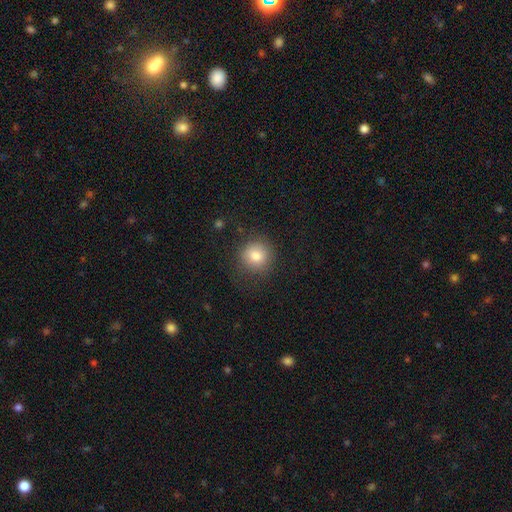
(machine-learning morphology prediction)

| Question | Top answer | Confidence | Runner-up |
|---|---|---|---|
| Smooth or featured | smooth | 81% | star or artifact (11%) |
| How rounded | round | 90% | in between (9%) |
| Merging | none | 83% | minor disturbance (11%) |